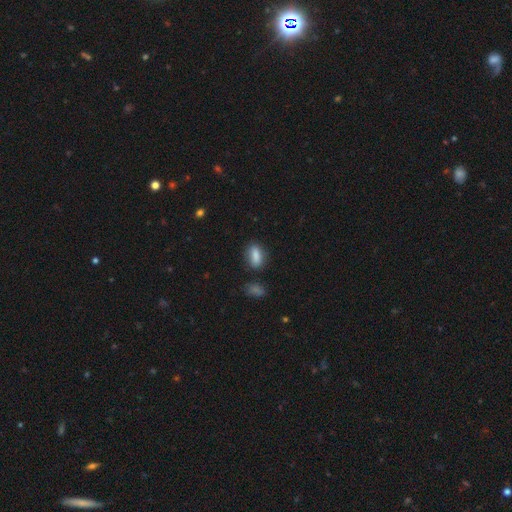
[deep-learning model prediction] Smooth or featured? smooth (84%)
How rounded? in between (78%)
Merging? none (78%)